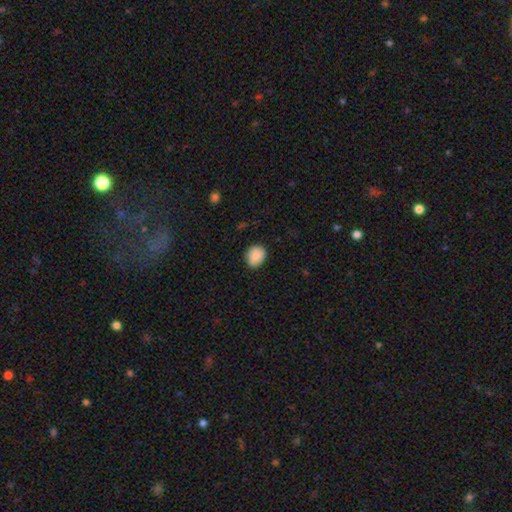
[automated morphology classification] A smooth galaxy with no disk features (89%) that is round (55%).

Vote fractions:
- Smooth or featured? smooth: 89% / star or artifact: 7% / featured or disk: 4%
- How rounded? round: 55% / in between: 44% / cigar-shaped: 1%
- Merging? none: 85% / minor disturbance: 11% / major disturbance: 2% / merger: 1%